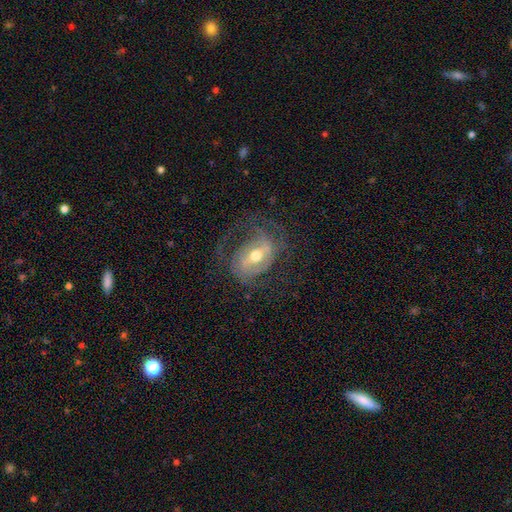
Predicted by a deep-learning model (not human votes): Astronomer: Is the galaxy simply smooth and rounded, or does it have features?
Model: featured or disk — 79%.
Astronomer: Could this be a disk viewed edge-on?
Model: no — 95%.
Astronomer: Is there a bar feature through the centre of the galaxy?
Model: strong — 41% (runner-up: weak, 40%).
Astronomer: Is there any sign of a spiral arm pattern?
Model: yes — 85%.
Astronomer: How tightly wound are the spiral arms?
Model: medium — 44% (runner-up: tight, 30%).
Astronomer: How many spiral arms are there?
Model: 2 — 57%.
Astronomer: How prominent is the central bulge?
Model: moderate — 69%.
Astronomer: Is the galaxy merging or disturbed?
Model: none — 58%.